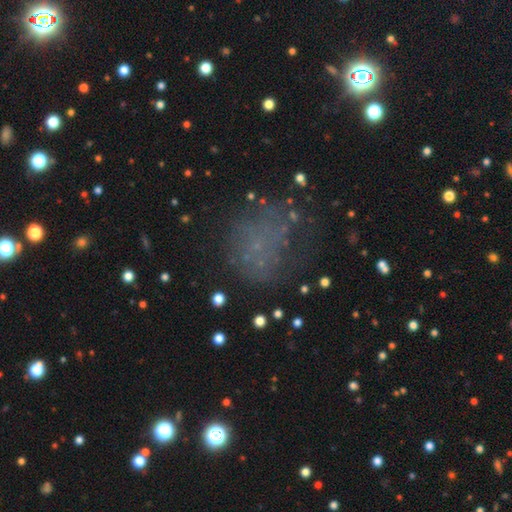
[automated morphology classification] A smooth galaxy with no disk features (46%).

Vote fractions:
- Smooth or featured? smooth: 46% / star or artifact: 30% / featured or disk: 24%
- Merging? none: 56% / major disturbance: 20% / minor disturbance: 20% / merger: 4%